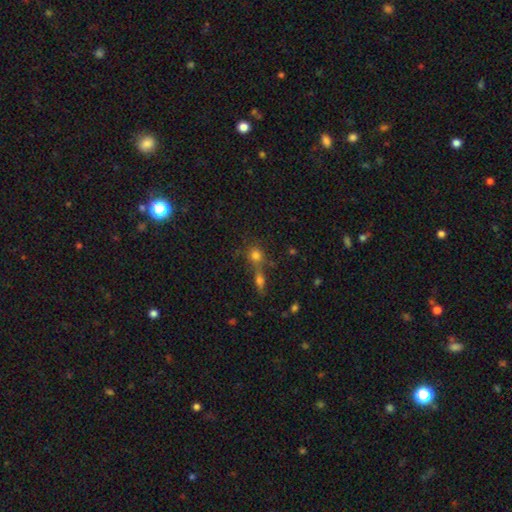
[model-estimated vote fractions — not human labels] Overall: smooth (72%). How rounded: round (80%). Merging: none (46%; merger 41%).